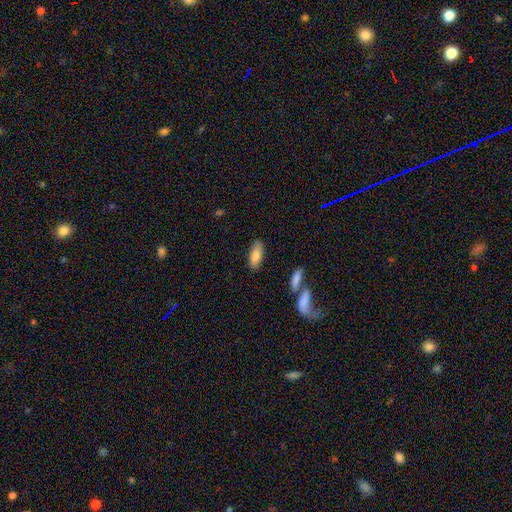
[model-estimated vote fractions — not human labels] Smooth or featured? smooth (81%)
How rounded? in between (81%)
Merging? none (79%)